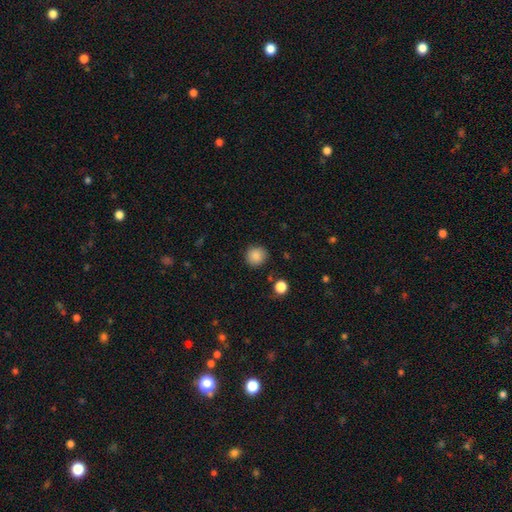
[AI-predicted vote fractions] The model was most divided on "smooth or featured": smooth: 87%, star or artifact: 9%, featured or disk: 4%. More confident: how rounded — round (92%); merging — none (88%).